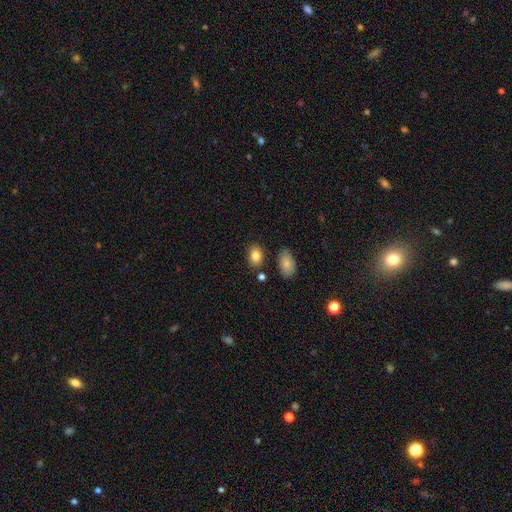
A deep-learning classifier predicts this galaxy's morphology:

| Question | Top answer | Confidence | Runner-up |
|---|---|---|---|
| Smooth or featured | smooth | 84% | star or artifact (9%) |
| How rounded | in between | 78% | round (20%) |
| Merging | none | 79% | minor disturbance (12%) |